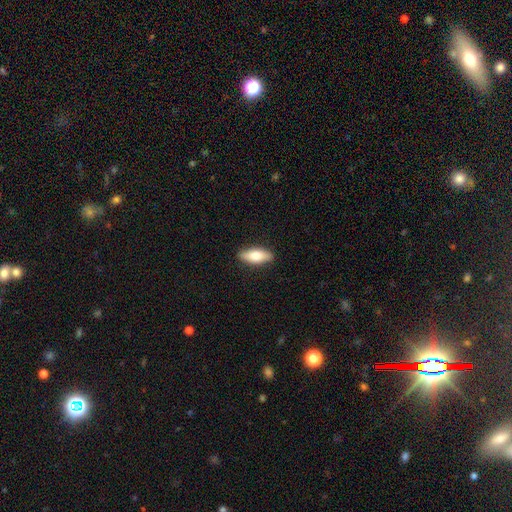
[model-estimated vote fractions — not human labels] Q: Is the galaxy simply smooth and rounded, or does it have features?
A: smooth — 73%.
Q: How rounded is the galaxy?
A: in between — 70%.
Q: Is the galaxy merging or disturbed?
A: none — 88%.